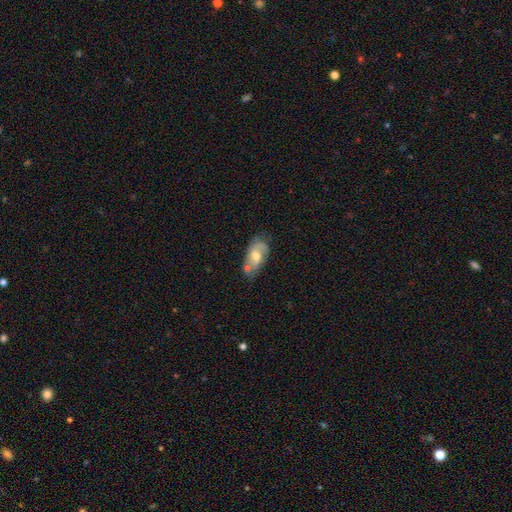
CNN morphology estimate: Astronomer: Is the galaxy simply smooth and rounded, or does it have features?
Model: featured or disk — 53% (runner-up: smooth, 40%).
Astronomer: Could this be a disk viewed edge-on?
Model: no — 93%.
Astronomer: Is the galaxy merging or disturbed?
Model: none — 48% (runner-up: minor disturbance, 26%).